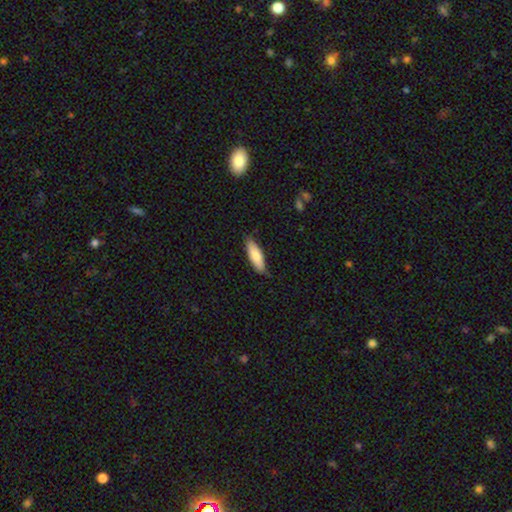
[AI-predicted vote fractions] The model was most divided on "how rounded": in between: 51%, cigar-shaped: 47%, round: 2%. More confident: merging — none (79%); smooth or featured — smooth (77%).